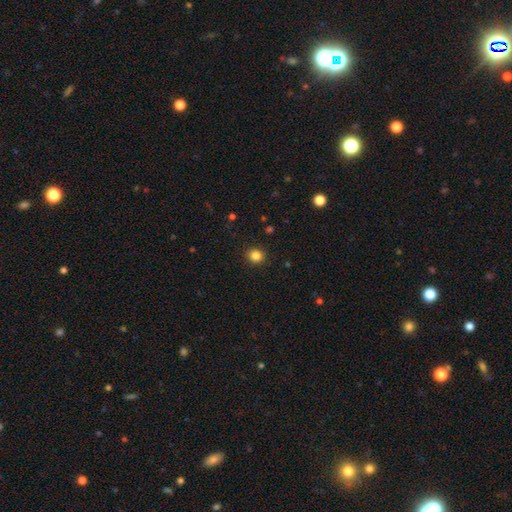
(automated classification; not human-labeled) Smooth or featured? smooth (84%)
How rounded? round (86%)
Merging? none (92%)